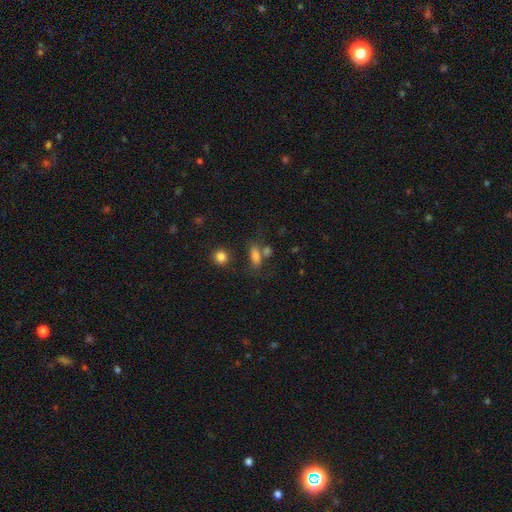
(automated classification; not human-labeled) Overall: smooth (76%). How rounded: in between (70%). Merging: none (54%; merger 22%).